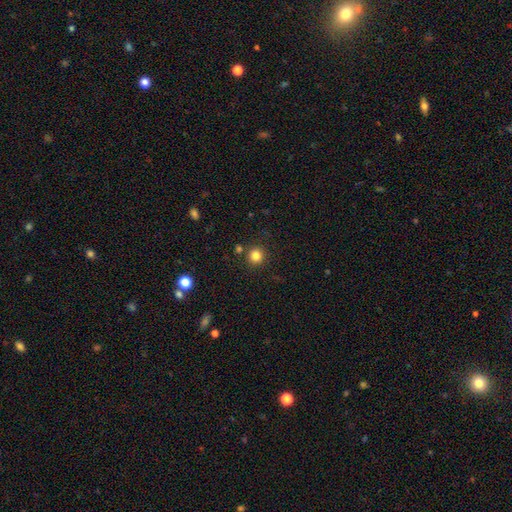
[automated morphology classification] smooth 82%, star or artifact 13%, featured or disk 5%. Down the decision tree: how rounded — round (94%); merging — none (88%).